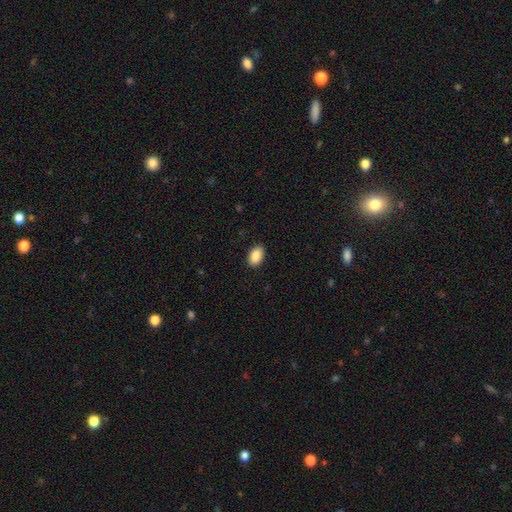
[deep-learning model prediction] Smooth or featured? Predicted: smooth (p=0.90). How rounded? Predicted: in between (p=0.92). Merging? Predicted: none (p=0.89).